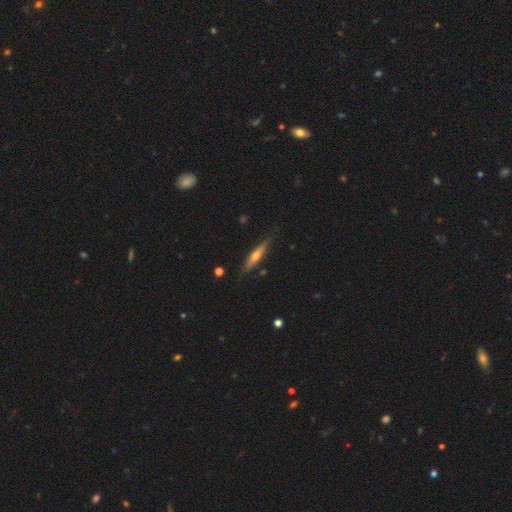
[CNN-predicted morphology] Smooth or featured?
  - featured or disk: 55% *
  - smooth: 39%
  - star or artifact: 6%
Edge-on disk?
  - yes: 93% *
  - no: 7%
Edge-on bulge?
  - rounded: 86% *
  - none: 10%
  - boxy: 4%
Merging?
  - none: 81% *
  - minor disturbance: 15%
  - major disturbance: 3%
  - merger: 2%